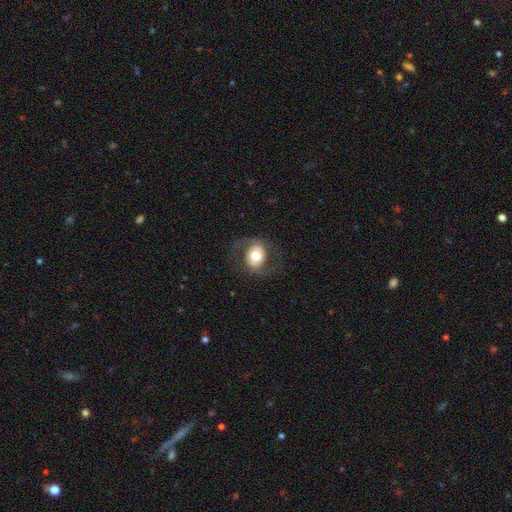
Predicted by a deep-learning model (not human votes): smooth-or-featured: smooth: 51% | featured or disk: 41% | star or artifact: 8%
  how-rounded: round: 55% | in between: 44% | cigar-shaped: 1%
  merging: none: 73% | minor disturbance: 14% | major disturbance: 12% | merger: 1%